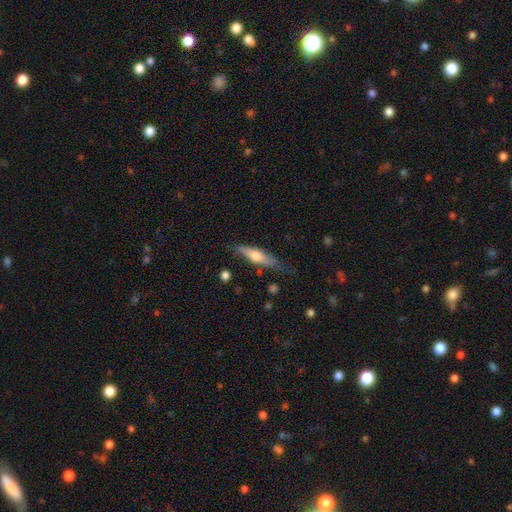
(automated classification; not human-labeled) smooth 50%, featured or disk 44%, star or artifact 6%. Down the decision tree: how rounded — cigar-shaped (70%); merging — none (72%).